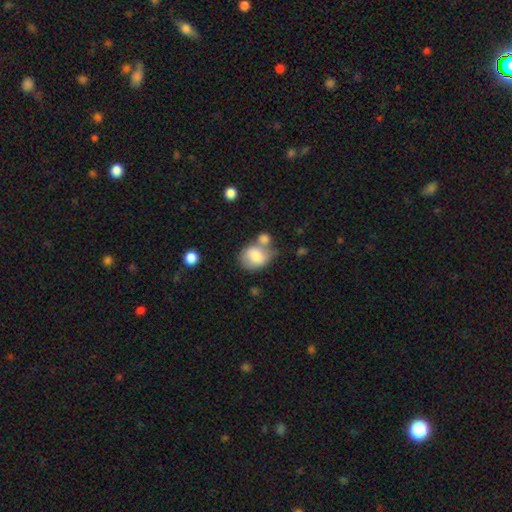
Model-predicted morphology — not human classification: type=smooth (79%); roundness=in between (53%); merging=none (37%).